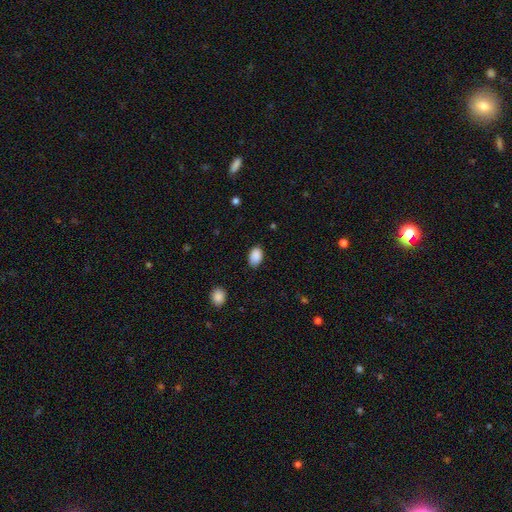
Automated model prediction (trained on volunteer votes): This is clearly a smooth galaxy (89%). How rounded: clearly in between (86%). Merging: clearly none (82%).